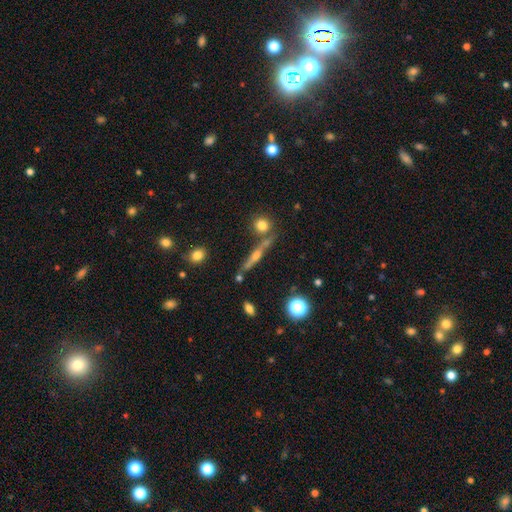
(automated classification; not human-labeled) Smooth or featured: featured or disk — 63% (smooth — 24%)
Edge-on disk: yes — 94% (no — 6%)
Edge-on bulge: rounded — 83% (none — 11%)
Merging: none — 75% (merger — 12%)